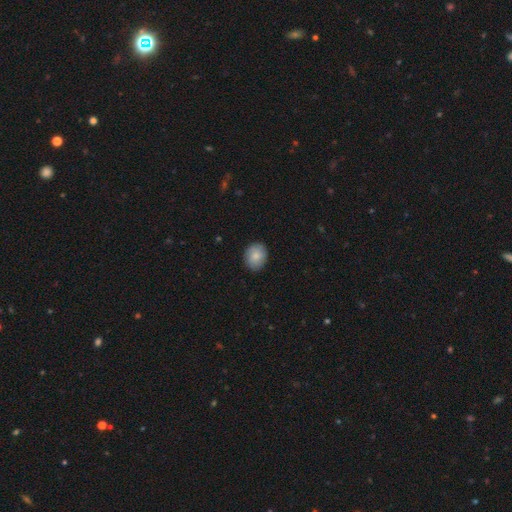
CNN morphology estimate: Overall: smooth (80%). How rounded: in between (50%; round 49%). Merging: none (85%).